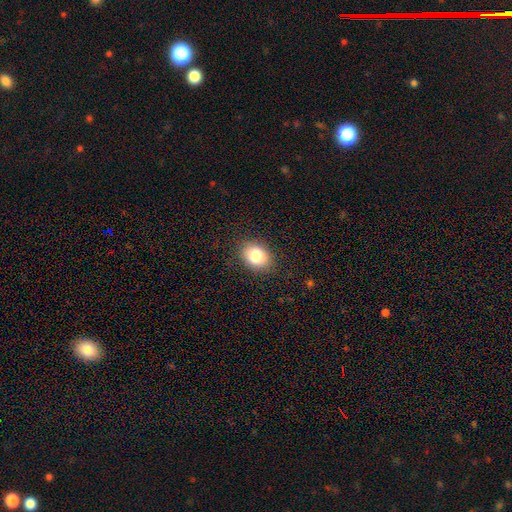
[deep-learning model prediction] A smooth galaxy with no disk features (82%) that is in between round and cigar-shaped (63%).

Vote fractions:
- Smooth or featured? smooth: 82% / star or artifact: 9% / featured or disk: 9%
- How rounded? in between: 63% / round: 37% / cigar-shaped: 1%
- Merging? none: 85% / minor disturbance: 11% / major disturbance: 3% / merger: 1%